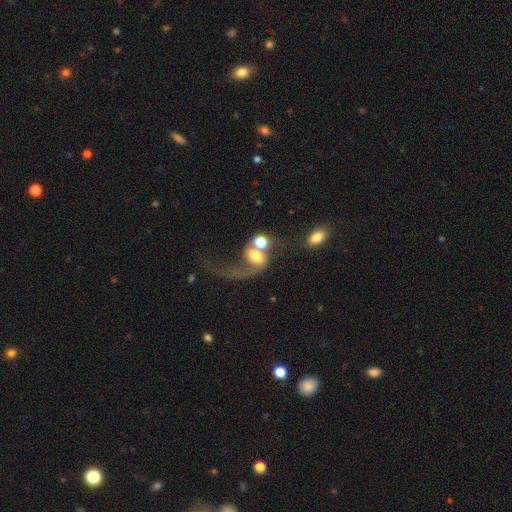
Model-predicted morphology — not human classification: featured or disk 48%, smooth 40%, star or artifact 12%. Down the decision tree: merging — merger (55%).